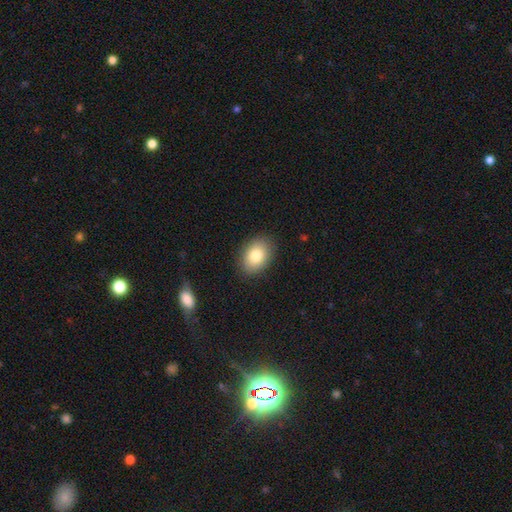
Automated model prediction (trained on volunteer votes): A smooth galaxy with no disk features (82%) that is in between round and cigar-shaped (81%). Merging: none (87%).